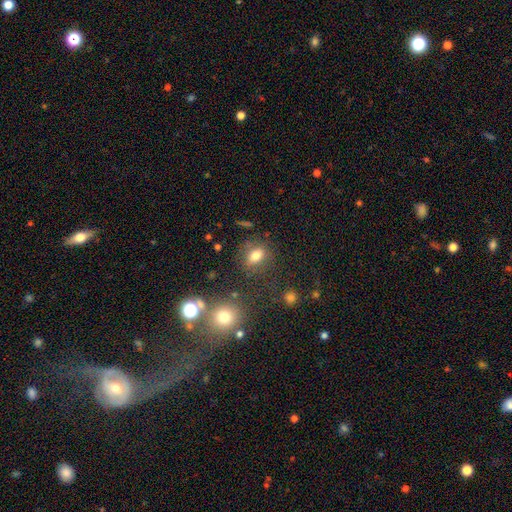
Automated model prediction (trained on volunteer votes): Overall: smooth (77%). How rounded: in between (70%). Merging: none (73%).